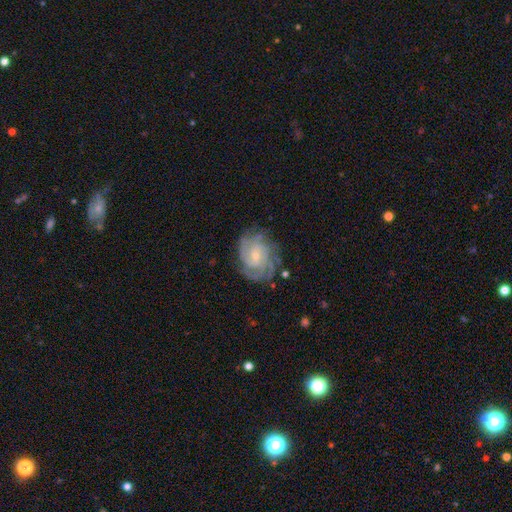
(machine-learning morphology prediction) type=featured or disk (86%); edge-on=no (98%); bar=no (64%); spiral arms=yes (97%); winding=tight (65%); arm count=4 (27%); bulge=small (72%); merging=none (74%).